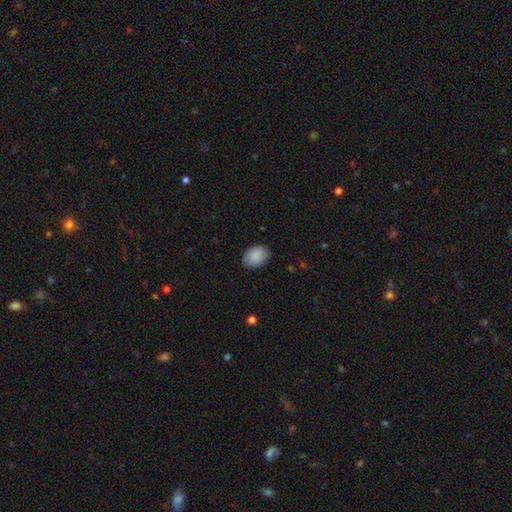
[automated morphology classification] Smooth or featured? Predicted: smooth (p=0.90). How rounded? Predicted: in between (p=0.83). Merging? Predicted: none (p=0.85).